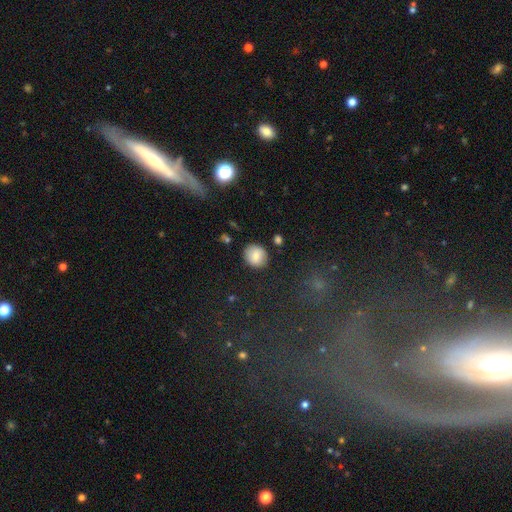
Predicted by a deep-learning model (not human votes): Smooth or featured?
  - smooth: 79% *
  - featured or disk: 12%
  - star or artifact: 9%
How rounded?
  - round: 81% *
  - in between: 18%
  - cigar-shaped: 1%
Merging?
  - none: 86% *
  - minor disturbance: 9%
  - major disturbance: 3%
  - merger: 2%